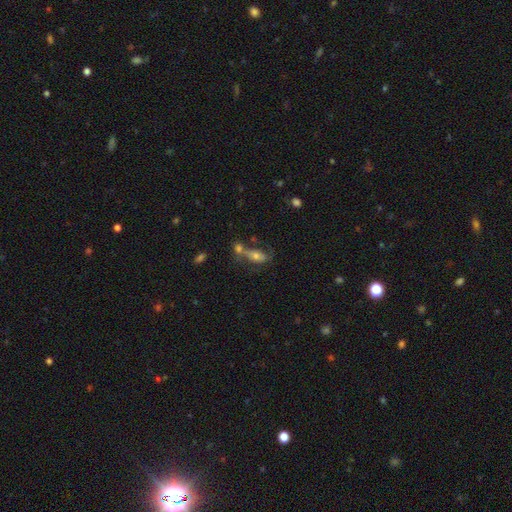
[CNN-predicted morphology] Q: Smooth or featured?
A: smooth (48%); runner-up: featured or disk (38%)
Q: Merging?
A: merger (36%); runner-up: none (35%)